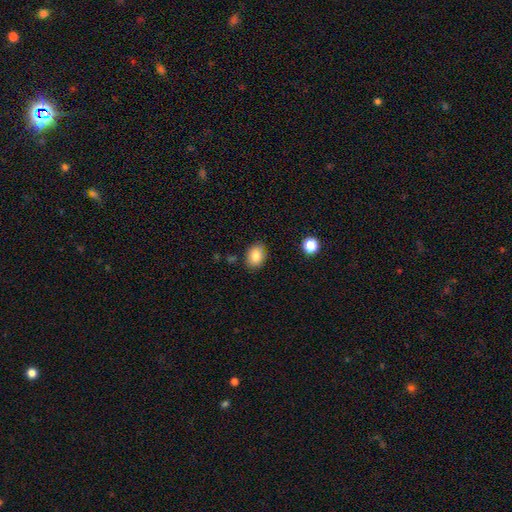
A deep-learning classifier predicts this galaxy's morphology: smooth_or_featured: smooth (p=0.84) [alt: star or artifact p=0.09]
how_rounded: in between (p=0.68) [alt: round p=0.31]
merging: none (p=0.83) [alt: minor disturbance p=0.12]